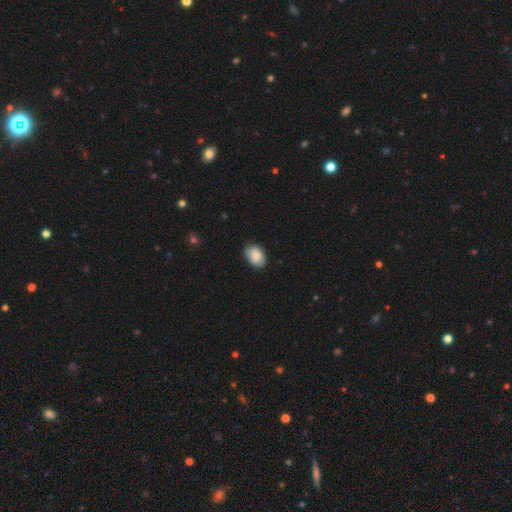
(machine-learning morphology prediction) A smooth galaxy with no disk features (83%) that is in between round and cigar-shaped (84%). Merging: none (78%).